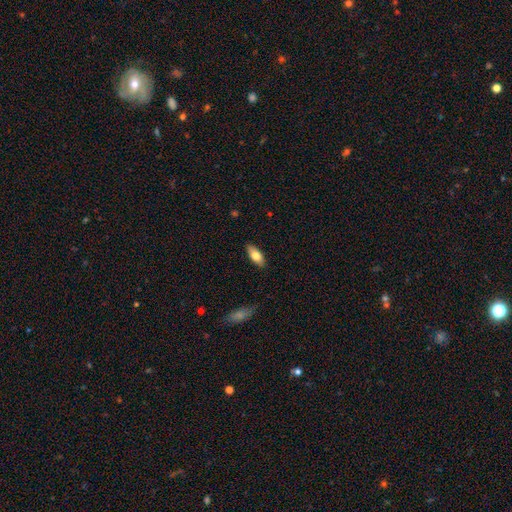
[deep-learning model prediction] smooth-or-featured: smooth: 75% | featured or disk: 19% | star or artifact: 6%
  how-rounded: in between: 81% | cigar-shaped: 17% | round: 2%
  merging: none: 87% | minor disturbance: 10% | major disturbance: 2% | merger: 1%